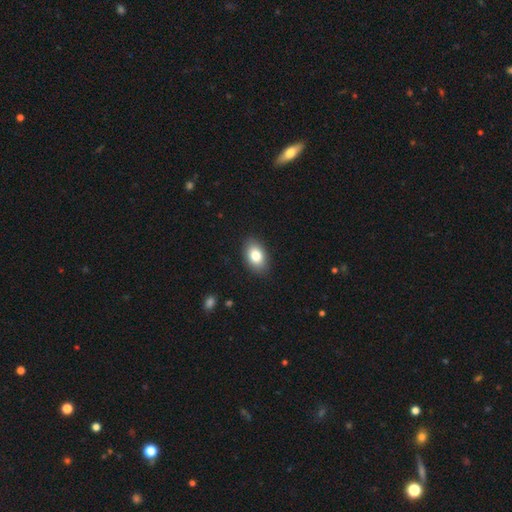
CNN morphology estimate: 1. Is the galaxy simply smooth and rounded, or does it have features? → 82% smooth, 11% featured or disk, 8% star or artifact.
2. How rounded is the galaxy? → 89% in between, 9% round, 2% cigar-shaped.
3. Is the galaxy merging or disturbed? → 87% none, 9% minor disturbance, 2% major disturbance, 1% merger.